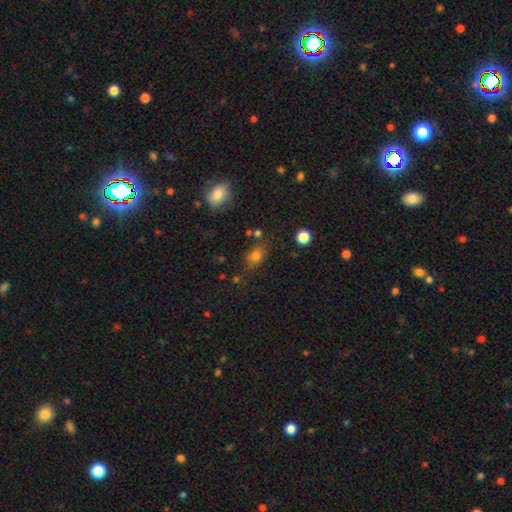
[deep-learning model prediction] smooth 77%, star or artifact 14%, featured or disk 9%. Down the decision tree: how rounded — in between (68%); merging — none (70%).